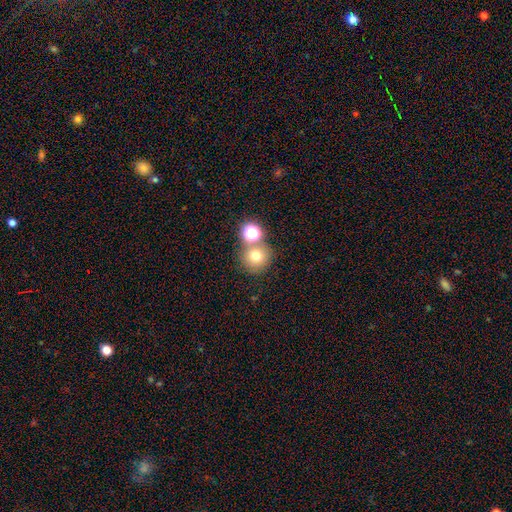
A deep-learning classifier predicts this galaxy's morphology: This is likely a smooth galaxy (71%). How rounded: clearly round (90%). Merging: likely none (63%).